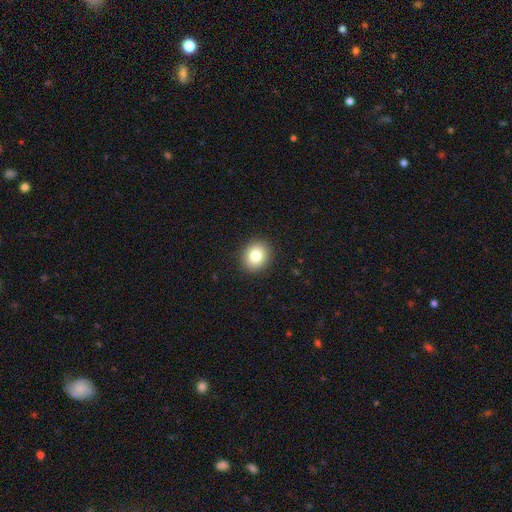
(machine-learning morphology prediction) A smooth galaxy with no disk features (82%) that is round (65%).

Vote fractions:
- Smooth or featured? smooth: 82% / star or artifact: 9% / featured or disk: 8%
- How rounded? round: 65% / in between: 34% / cigar-shaped: 1%
- Merging? none: 91% / minor disturbance: 6% / major disturbance: 2% / merger: 1%